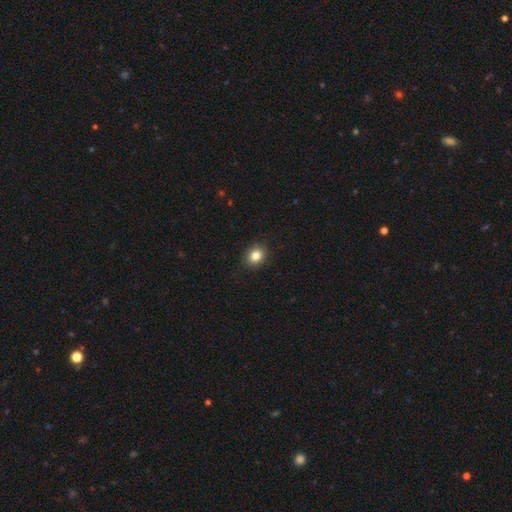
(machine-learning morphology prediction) smooth_or_featured: smooth (p=0.84) [alt: star or artifact p=0.11]
how_rounded: round (p=0.64) [alt: in between p=0.35]
merging: none (p=0.89) [alt: minor disturbance p=0.08]